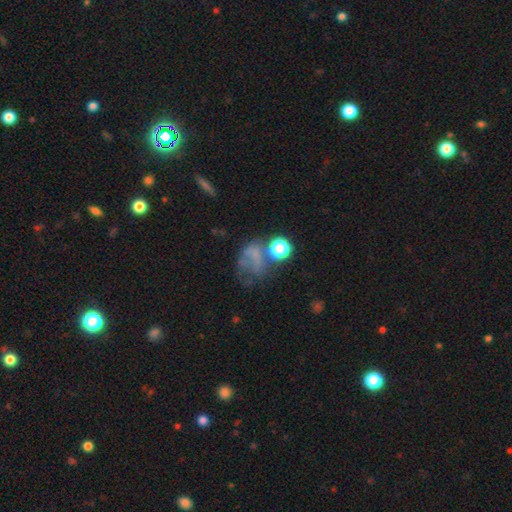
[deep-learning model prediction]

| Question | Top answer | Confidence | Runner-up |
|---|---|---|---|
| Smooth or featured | smooth | 44% | featured or disk (32%) |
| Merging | major disturbance | 38% | none (29%) |